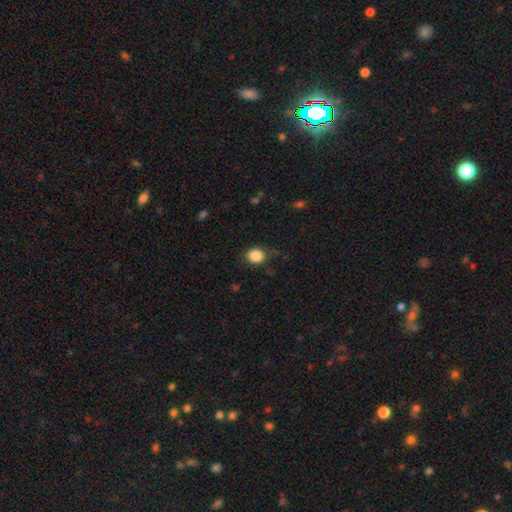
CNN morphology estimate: smooth 86%, star or artifact 9%, featured or disk 4%. Down the decision tree: how rounded — round (64%); merging — none (75%).